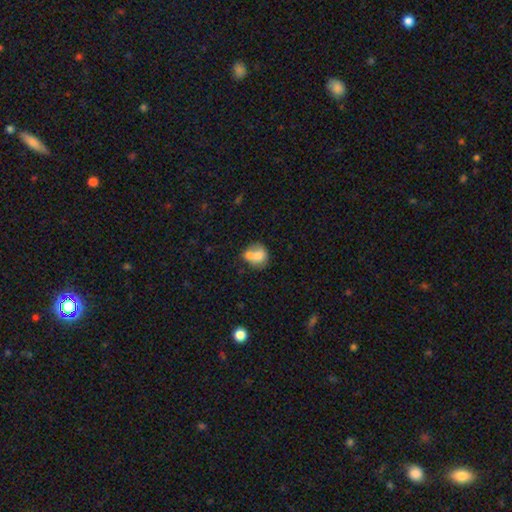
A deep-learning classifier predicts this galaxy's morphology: Overall: smooth (72%). How rounded: round (66%; in between 33%). Merging: merger (53%; none 31%).